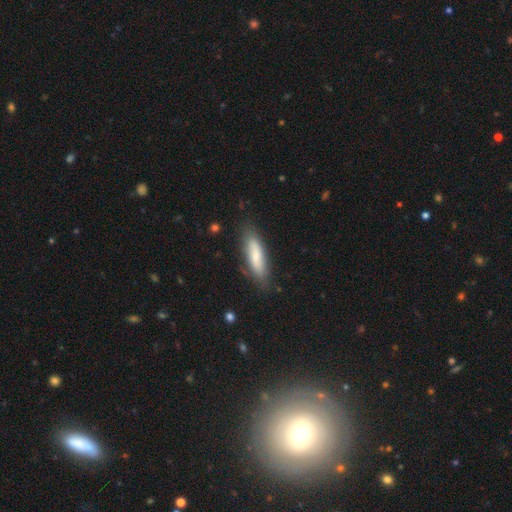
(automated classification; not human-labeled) This is likely a smooth galaxy (72%). How rounded: possibly cigar-shaped (56%). Merging: likely none (78%).